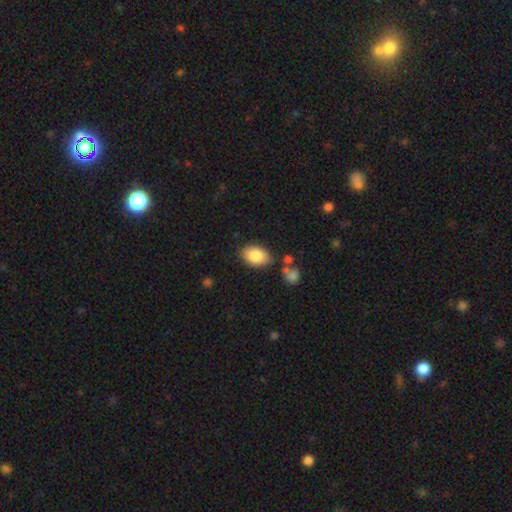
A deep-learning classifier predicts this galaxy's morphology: This is clearly a smooth galaxy (86%). How rounded: clearly in between (90%). Merging: likely none (79%).